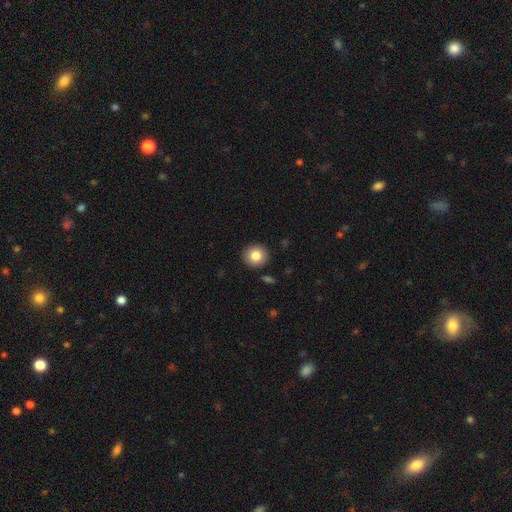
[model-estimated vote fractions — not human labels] Q: Smooth or featured?
A: smooth (83%); runner-up: star or artifact (9%)
Q: How rounded?
A: round (92%); runner-up: in between (7%)
Q: Merging?
A: none (91%); runner-up: minor disturbance (6%)